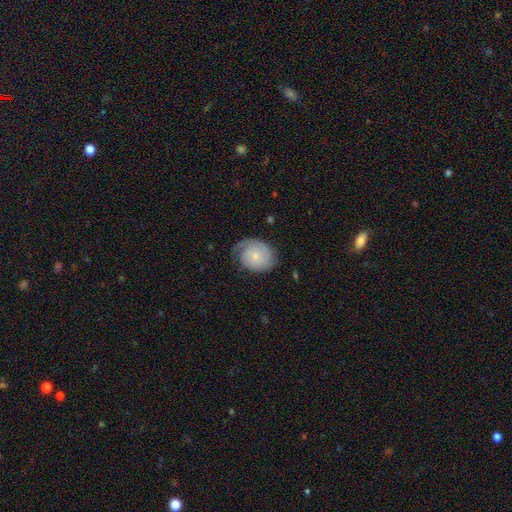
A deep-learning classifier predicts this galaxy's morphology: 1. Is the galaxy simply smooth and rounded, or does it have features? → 47% smooth, 46% featured or disk, 7% star or artifact.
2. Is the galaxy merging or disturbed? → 60% none, 27% minor disturbance, 11% major disturbance, 1% merger.